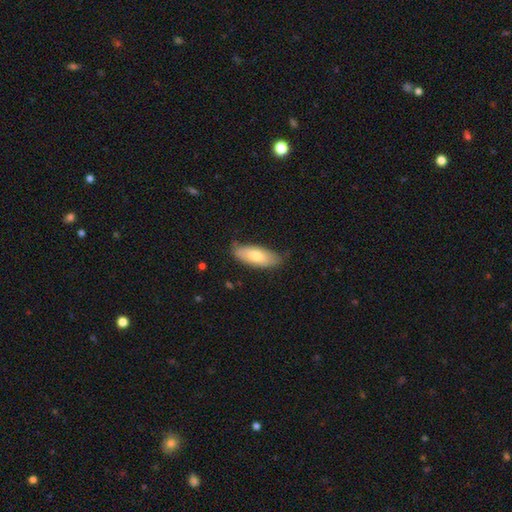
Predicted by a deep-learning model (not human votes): The model was most divided on "merging": none: 73%, minor disturbance: 22%, major disturbance: 3%, merger: 1%. More confident: how rounded — in between (76%); smooth or featured — smooth (73%).